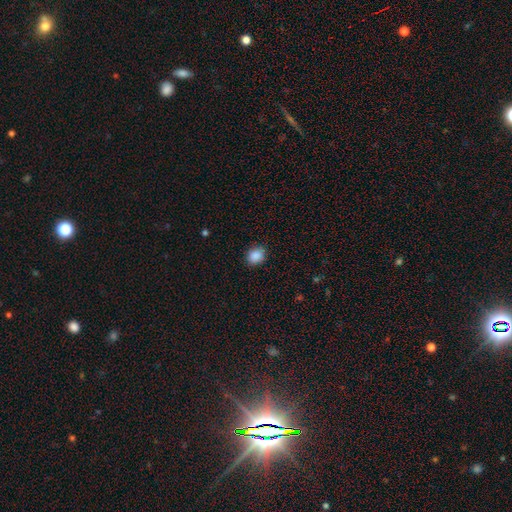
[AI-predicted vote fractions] Smooth or featured?
  - smooth: 88% *
  - star or artifact: 9%
  - featured or disk: 3%
How rounded?
  - round: 61% *
  - in between: 38%
  - cigar-shaped: 1%
Merging?
  - none: 85% *
  - minor disturbance: 11%
  - major disturbance: 2%
  - merger: 1%